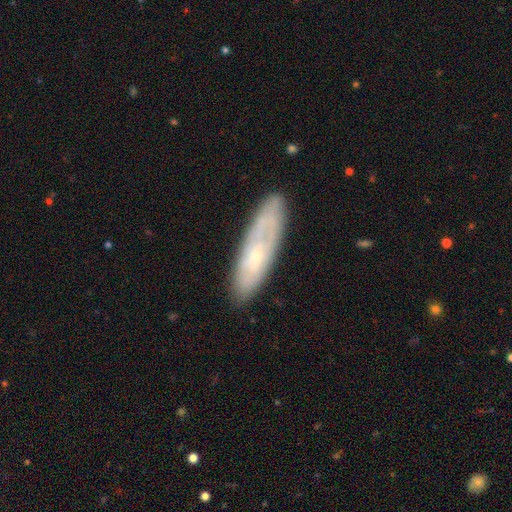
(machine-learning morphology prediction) Q: Smooth or featured?
A: featured or disk (55%); runner-up: smooth (38%)
Q: Edge-on disk?
A: no (70%); runner-up: yes (30%)
Q: Merging?
A: none (79%); runner-up: minor disturbance (15%)